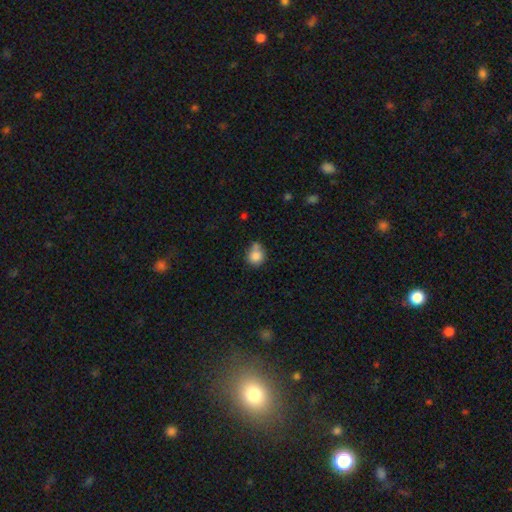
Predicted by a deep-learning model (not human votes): Q: Smooth or featured?
A: smooth (82%); runner-up: star or artifact (9%)
Q: How rounded?
A: round (80%); runner-up: in between (19%)
Q: Merging?
A: none (49%); runner-up: merger (22%)